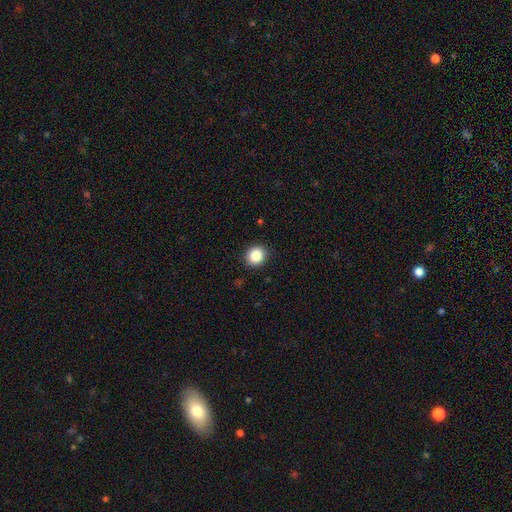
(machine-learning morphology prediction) smooth_or_featured: smooth (p=0.86) [alt: star or artifact p=0.10]
how_rounded: round (p=0.80) [alt: in between p=0.19]
merging: none (p=0.91) [alt: minor disturbance p=0.06]